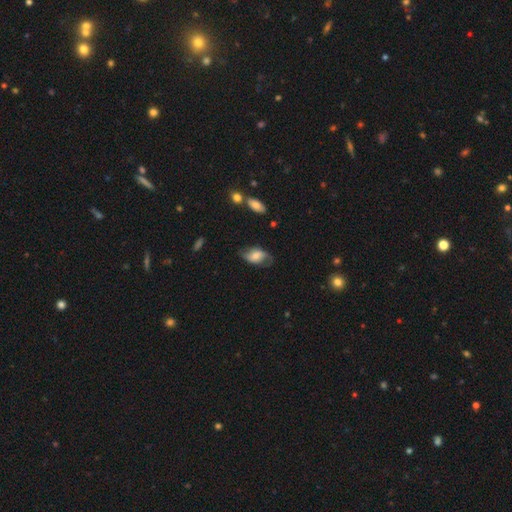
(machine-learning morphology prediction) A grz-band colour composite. It shows a smooth galaxy with no disk features (48%). Merging: none (58%).